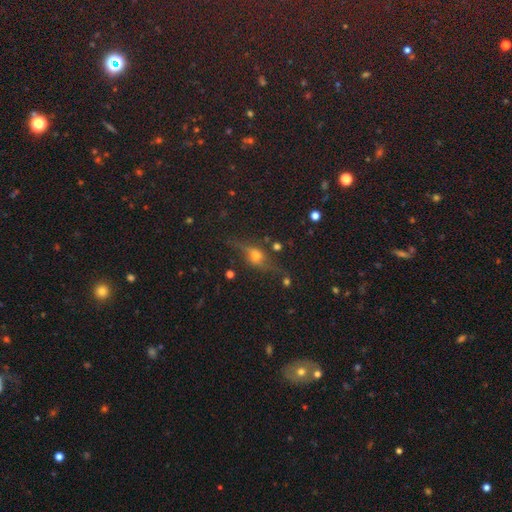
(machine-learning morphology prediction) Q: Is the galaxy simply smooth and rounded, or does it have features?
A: featured or disk — 55%.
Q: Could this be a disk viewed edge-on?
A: yes — 71%.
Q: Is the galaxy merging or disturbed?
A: none — 71%.